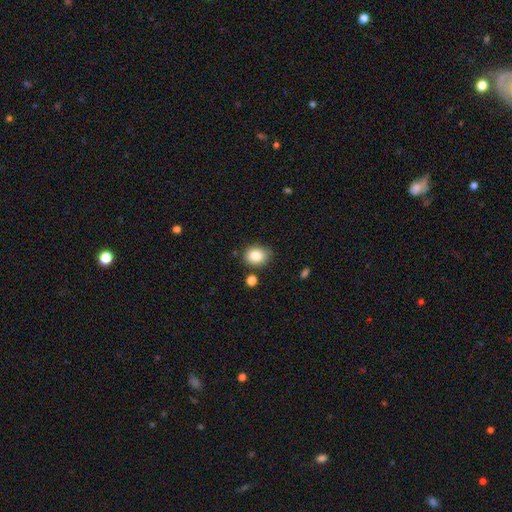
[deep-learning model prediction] A smooth galaxy with no disk features (84%) that is round (53%). Merging: none (79%).